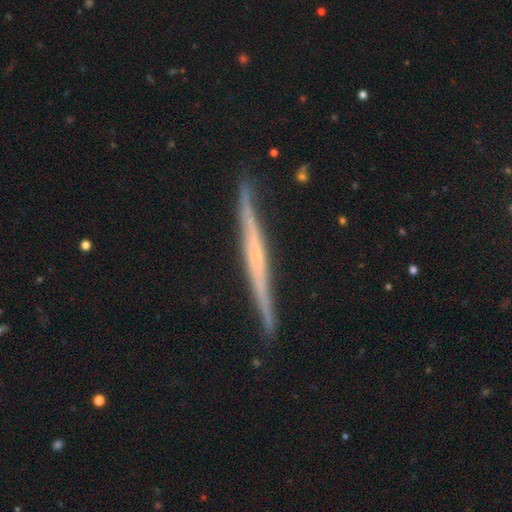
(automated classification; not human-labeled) A featured or disk galaxy (75%) viewed edge-on (98%) with no central bulge (68%). Merging: none (89%).